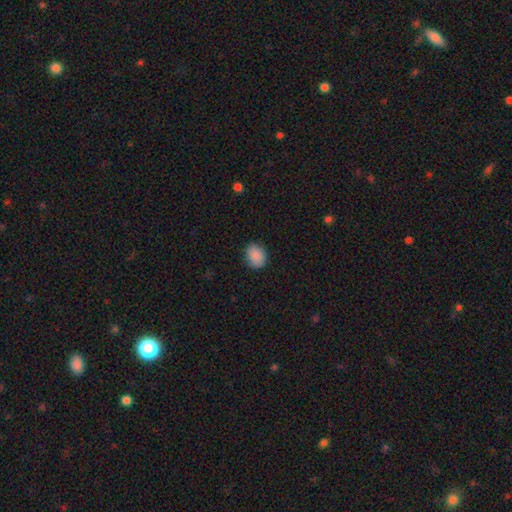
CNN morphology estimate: This is clearly a smooth galaxy (89%). How rounded: possibly in between (54%). Merging: clearly none (83%).